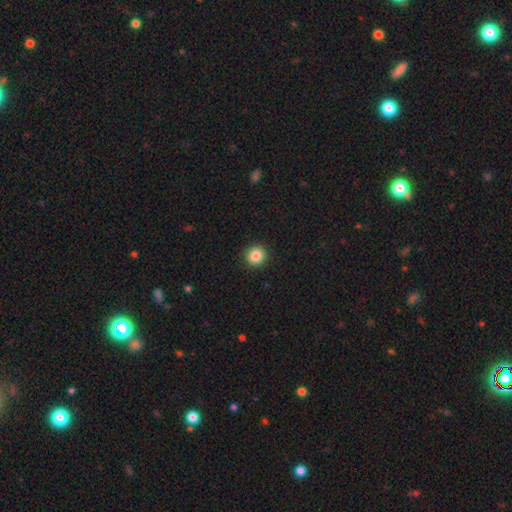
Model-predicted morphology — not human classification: A smooth galaxy with no disk features (86%) that is round (93%). Merging: none (93%).